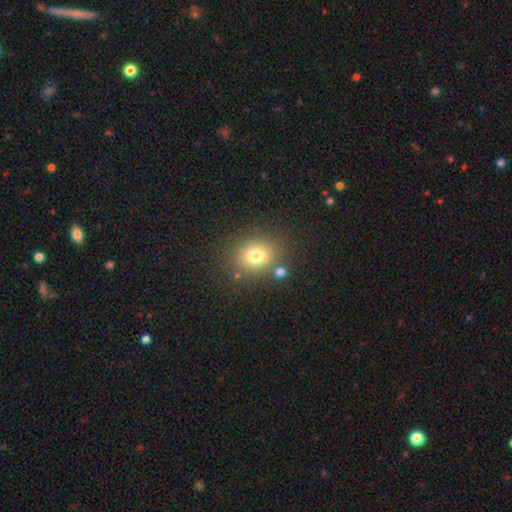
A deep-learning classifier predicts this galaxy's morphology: Smooth or featured? smooth (75%)
How rounded? round (66%)
Merging? none (77%)